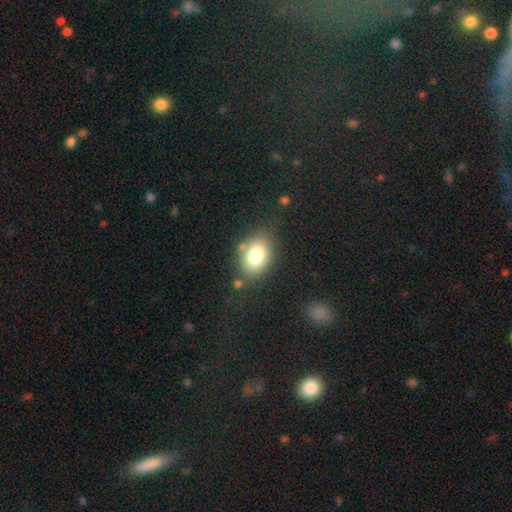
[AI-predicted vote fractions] Smooth or featured: smooth — 81% (featured or disk — 10%)
How rounded: in between — 79% (round — 19%)
Merging: none — 75% (minor disturbance — 15%)